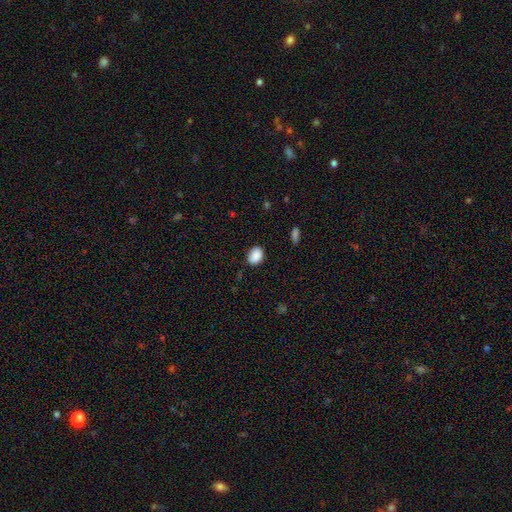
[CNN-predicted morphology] Smooth or featured? smooth (89%)
How rounded? in between (71%)
Merging? none (82%)